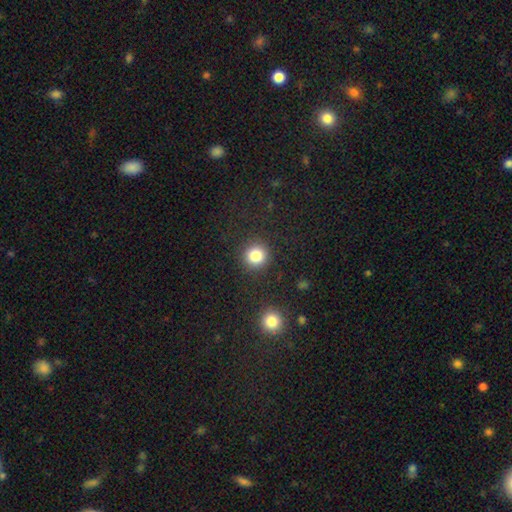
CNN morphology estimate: Overall: smooth (82%). How rounded: round (93%). Merging: none (89%).